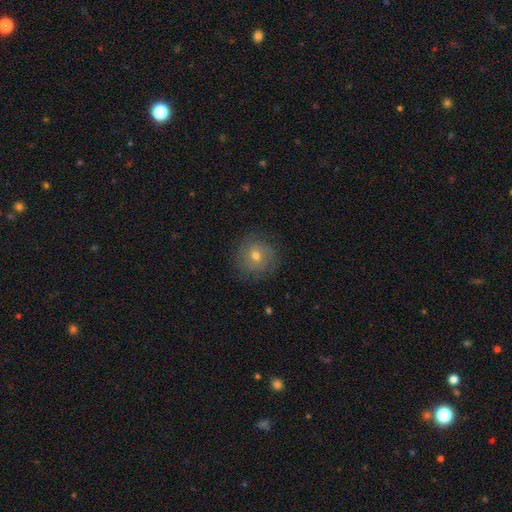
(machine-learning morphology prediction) The model was most divided on "smooth or featured": smooth: 55%, featured or disk: 32%, star or artifact: 13%. More confident: how rounded — round (91%); merging — none (83%).